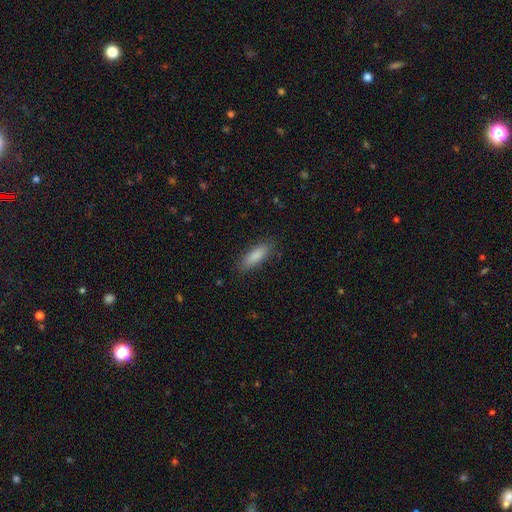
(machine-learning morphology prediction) Smooth or featured? smooth (86%)
How rounded? in between (59%)
Merging? none (85%)